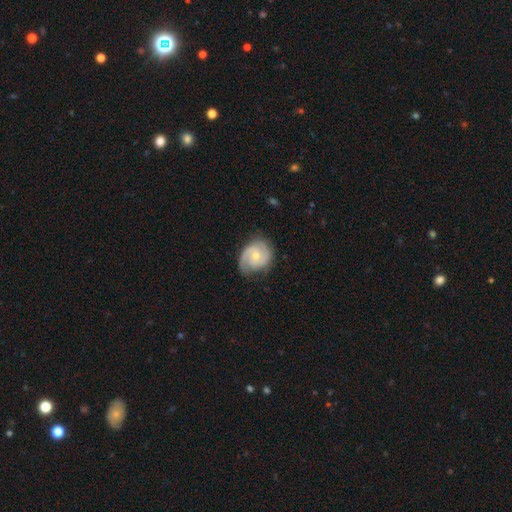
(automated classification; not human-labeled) Smooth or featured?
  - featured or disk: 77% *
  - smooth: 17%
  - star or artifact: 5%
Edge-on disk?
  - no: 98% *
  - yes: 2%
Bar?
  - no: 69% *
  - weak: 27%
  - strong: 4%
Spiral arms?
  - yes: 94% *
  - no: 6%
Spiral winding?
  - tight: 45% *
  - medium: 41%
  - loose: 14%
Spiral arm count?
  - 2: 71% *
  - can't tell: 10%
  - 1: 8%
  - 3: 7%
  - 4: 2%
  - more than 4: 2%
Bulge size?
  - moderate: 51% *
  - small: 45%
  - large: 2%
  - none: 1%
  - dominant: 1%
Merging?
  - none: 71% *
  - minor disturbance: 21%
  - major disturbance: 7%
  - merger: 1%